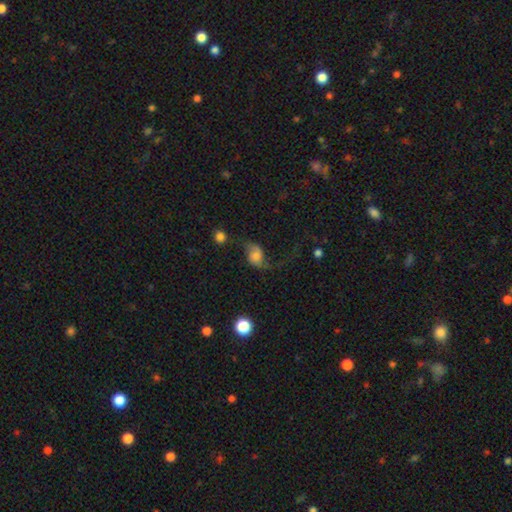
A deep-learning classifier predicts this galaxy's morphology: Smooth or featured? Predicted: featured or disk (p=0.49). Merging? Predicted: none (p=0.43).